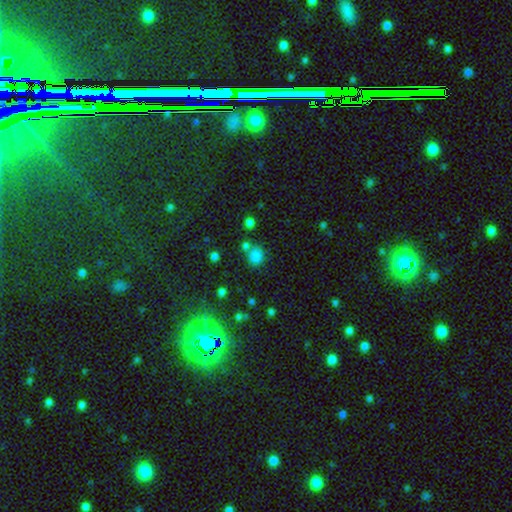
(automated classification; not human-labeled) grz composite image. It shows a smooth galaxy with no disk features (77%) that is round (69%). Merging: none (64%).